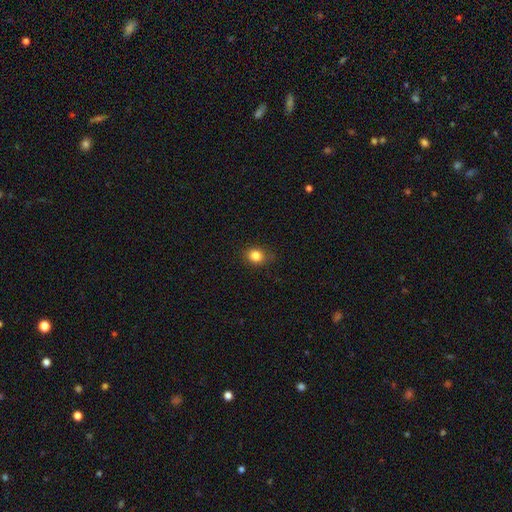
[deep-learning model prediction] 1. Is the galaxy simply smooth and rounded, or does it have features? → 84% smooth, 11% star or artifact, 5% featured or disk.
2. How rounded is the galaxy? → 64% round, 35% in between, 1% cigar-shaped.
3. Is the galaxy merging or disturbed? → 83% none, 13% minor disturbance, 3% major disturbance, 1% merger.